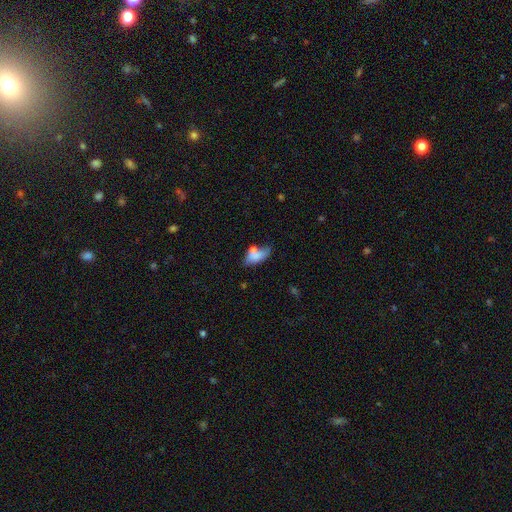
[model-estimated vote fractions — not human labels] Smooth or featured: smooth — 72% (featured or disk — 19%)
How rounded: in between — 86% (cigar-shaped — 8%)
Merging: none — 36% (minor disturbance — 25%)